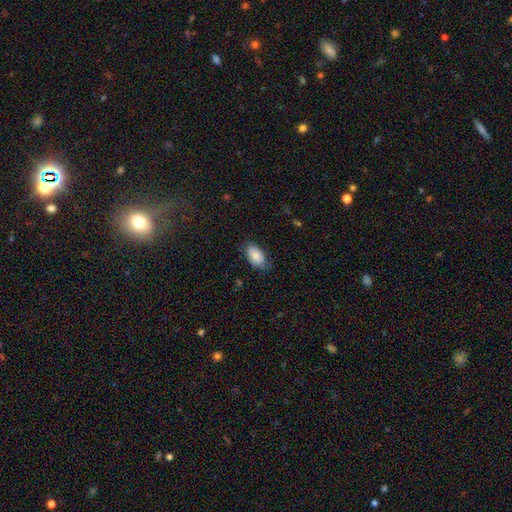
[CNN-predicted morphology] smooth 81%, featured or disk 12%, star or artifact 6%. Down the decision tree: how rounded — in between (94%); merging — none (73%).